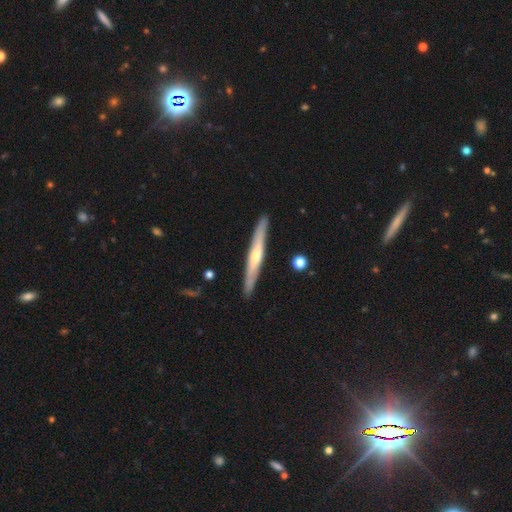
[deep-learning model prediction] Morphology: type=featured or disk (63%); edge-on=yes (95%); edge-on bulge=rounded (69%); merging=none (90%).